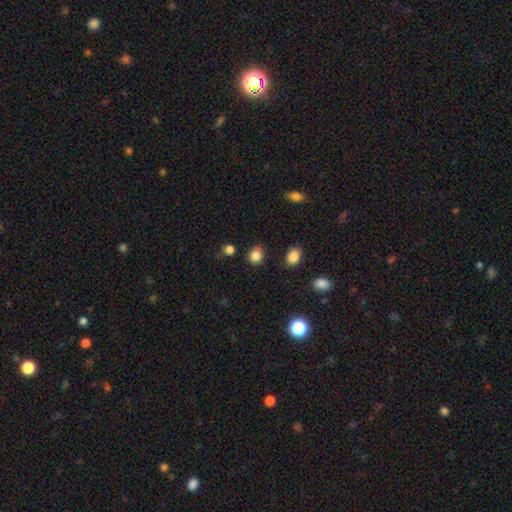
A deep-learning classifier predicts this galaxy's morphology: Q: Smooth or featured?
A: smooth (84%); runner-up: star or artifact (11%)
Q: How rounded?
A: round (76%); runner-up: in between (23%)
Q: Merging?
A: none (76%); runner-up: minor disturbance (17%)